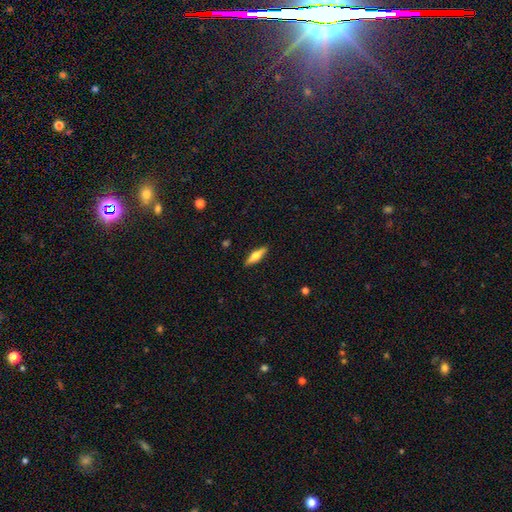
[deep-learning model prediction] A featured or disk galaxy (47%, tied with smooth).

Vote fractions:
- Smooth or featured? featured or disk: 47% (tied) / smooth: 47% (tied) / star or artifact: 6%
- Merging? none: 90% / minor disturbance: 7% / major disturbance: 2% / merger: 1%